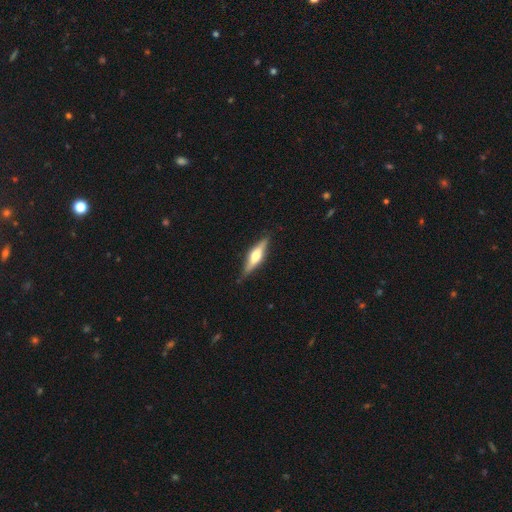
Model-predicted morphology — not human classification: Smooth or featured? Predicted: featured or disk (p=0.62). Edge-on disk? Predicted: yes (p=0.95). Edge-on bulge? Predicted: rounded (p=0.87). Merging? Predicted: none (p=0.84).